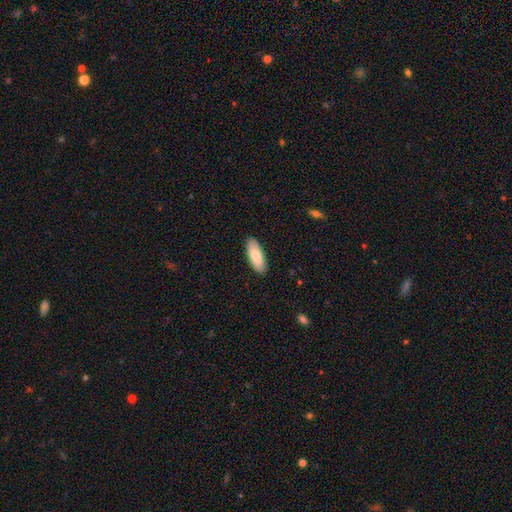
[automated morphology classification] smooth 80%, featured or disk 14%, star or artifact 5%. Down the decision tree: how rounded — in between (77%); merging — none (89%).